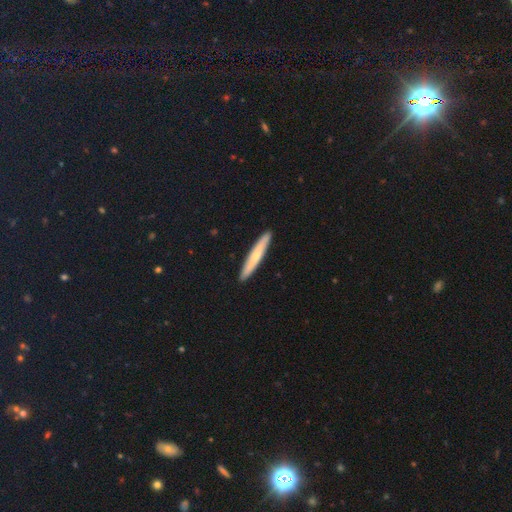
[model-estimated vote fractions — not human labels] smooth_or_featured: smooth (p=0.63) [alt: featured or disk p=0.32]
how_rounded: cigar-shaped (p=0.95) [alt: in between p=0.04]
merging: none (p=0.92) [alt: minor disturbance p=0.06]